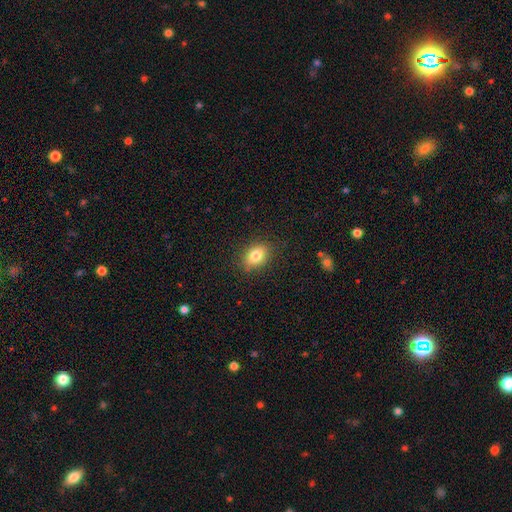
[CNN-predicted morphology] This appears to be a smooth galaxy with no disk features (80%) that is in between round and cigar-shaped (76%). Merging: none (85%).